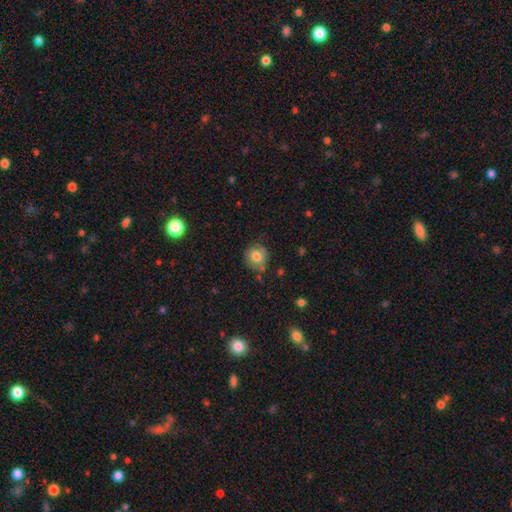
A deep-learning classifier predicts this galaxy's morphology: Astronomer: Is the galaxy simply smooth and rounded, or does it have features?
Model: smooth — 75%.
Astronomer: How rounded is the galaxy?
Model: round — 83%.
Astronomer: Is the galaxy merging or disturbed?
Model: none — 70%.